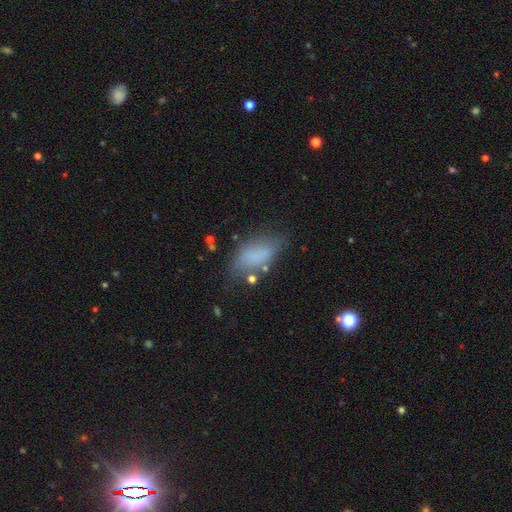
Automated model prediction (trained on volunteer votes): Overall: smooth (76%). How rounded: in between (86%). Merging: none (61%; minor disturbance 24%).